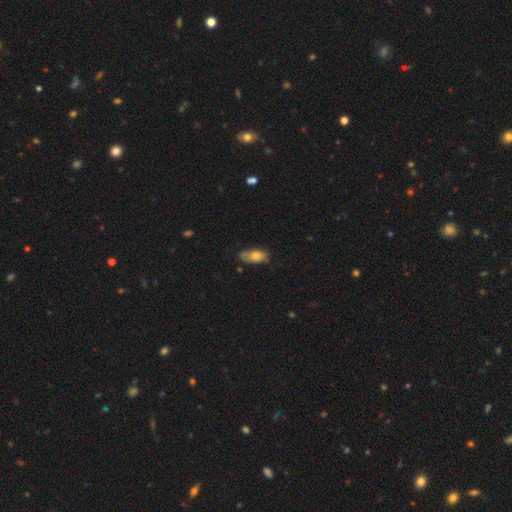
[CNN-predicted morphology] Smooth or featured? smooth (68%)
How rounded? in between (88%)
Merging? none (63%)